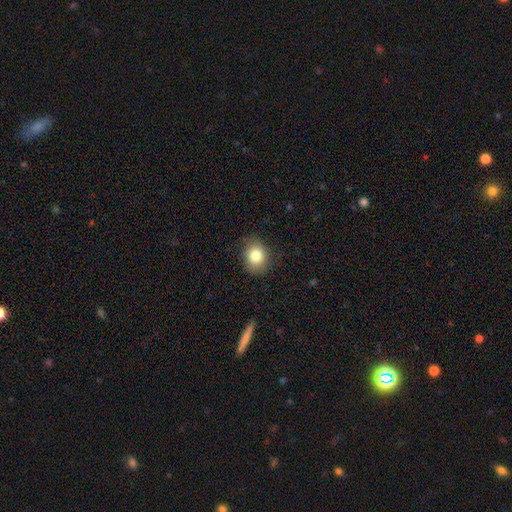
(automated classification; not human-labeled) The model was most divided on "how rounded": round: 57%, in between: 42%, cigar-shaped: 1%. More confident: merging — none (83%); smooth or featured — smooth (82%).